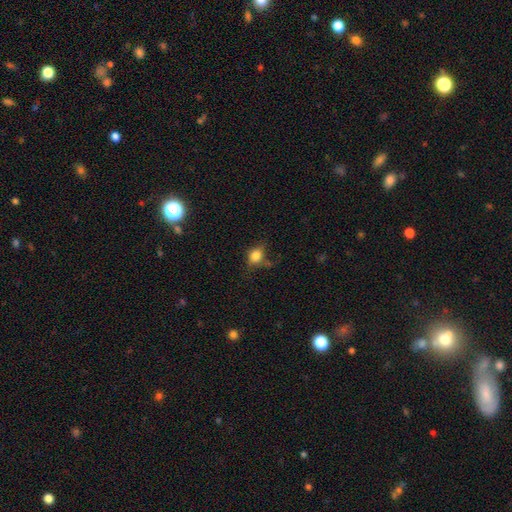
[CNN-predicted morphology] Overall: smooth (79%). How rounded: round (57%; in between 41%). Merging: none (52%; minor disturbance 28%).